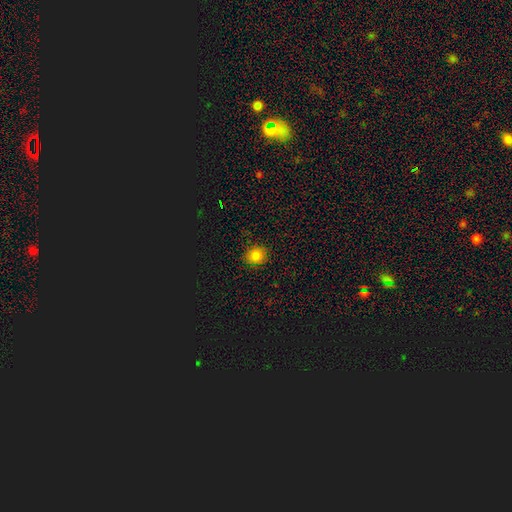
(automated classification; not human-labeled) Smooth or featured?
  - smooth: 81% *
  - star or artifact: 14%
  - featured or disk: 5%
How rounded?
  - round: 81% *
  - in between: 18%
  - cigar-shaped: 1%
Merging?
  - none: 89% *
  - minor disturbance: 8%
  - major disturbance: 2%
  - merger: 1%